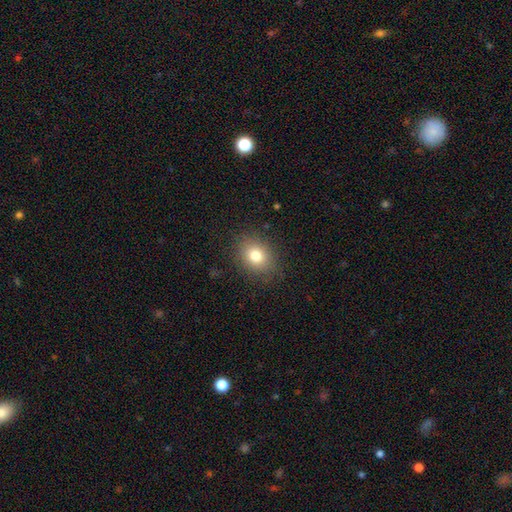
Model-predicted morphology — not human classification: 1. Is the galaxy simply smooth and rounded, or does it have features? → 79% smooth, 12% star or artifact, 10% featured or disk.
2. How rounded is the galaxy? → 50% round, 49% in between, 1% cigar-shaped.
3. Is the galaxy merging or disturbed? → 86% none, 10% minor disturbance, 3% major disturbance, 1% merger.